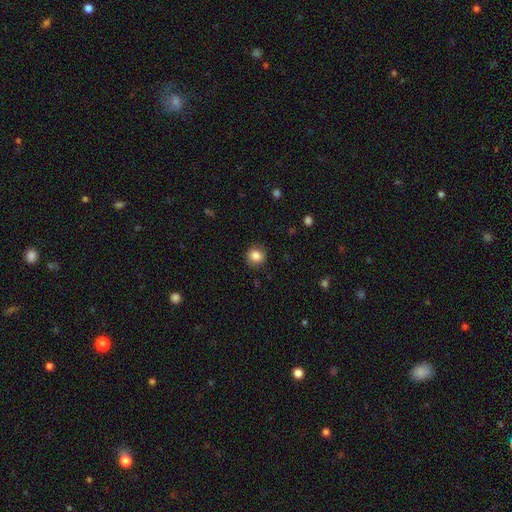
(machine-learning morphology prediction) Smooth or featured?
  - smooth: 85% *
  - star or artifact: 10%
  - featured or disk: 5%
How rounded?
  - round: 86% *
  - in between: 13%
  - cigar-shaped: 1%
Merging?
  - none: 88% *
  - minor disturbance: 8%
  - major disturbance: 2%
  - merger: 1%